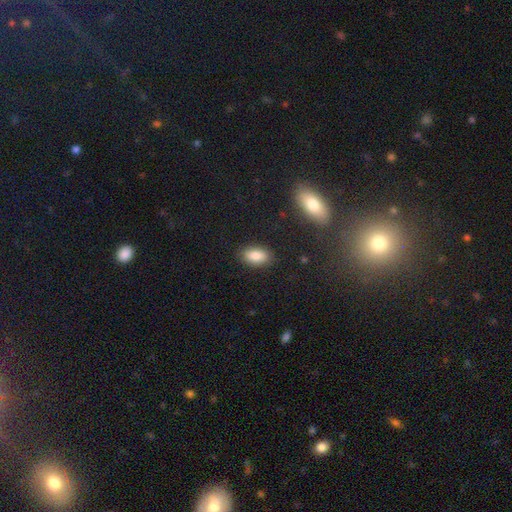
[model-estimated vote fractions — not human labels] Overall: smooth (86%). How rounded: in between (91%). Merging: none (86%).